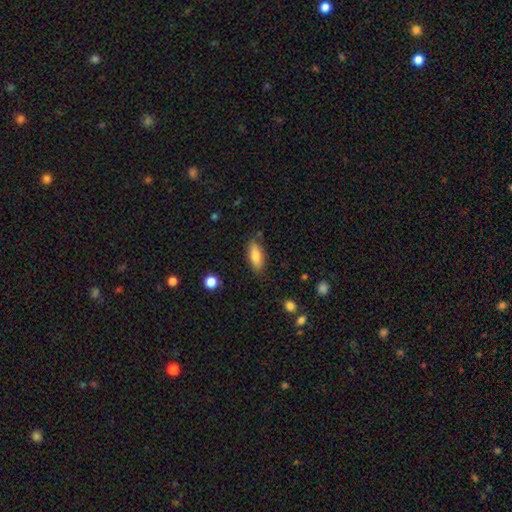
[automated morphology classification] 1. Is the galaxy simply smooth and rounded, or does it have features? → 80% smooth, 13% featured or disk, 7% star or artifact.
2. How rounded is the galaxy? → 73% in between, 25% cigar-shaped, 2% round.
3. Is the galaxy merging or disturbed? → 81% none, 13% minor disturbance, 3% major disturbance, 2% merger.